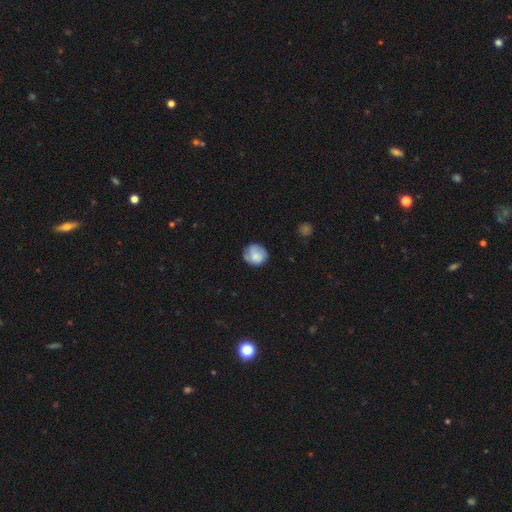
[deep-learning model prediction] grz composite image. It shows a smooth galaxy with no disk features (74%) that is round (84%). Merging: none (67%).